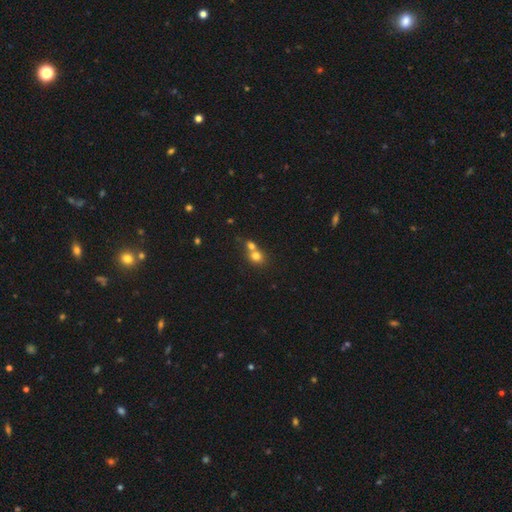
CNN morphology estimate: smooth 75%, star or artifact 13%, featured or disk 12%. Down the decision tree: how rounded — round (76%); merging — merger (58%).